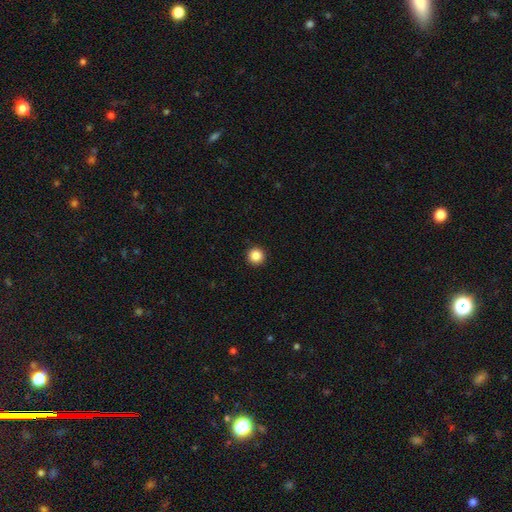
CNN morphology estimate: A smooth galaxy with no disk features (86%) that is round (96%).

Vote fractions:
- Smooth or featured? smooth: 86% / star or artifact: 10% / featured or disk: 4%
- How rounded? round: 96% / in between: 3% / cigar-shaped: 1%
- Merging? none: 94% / minor disturbance: 4% / major disturbance: 1% / merger: 1%